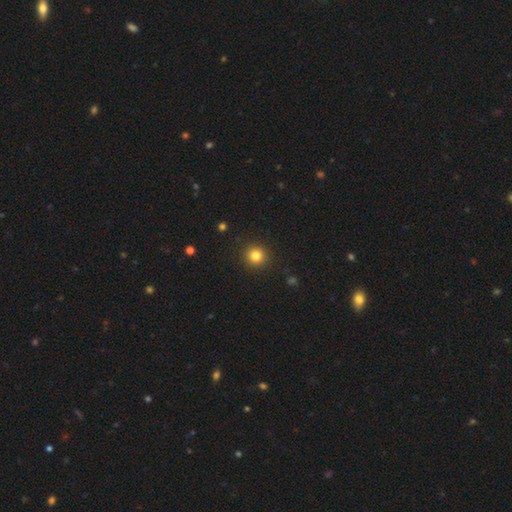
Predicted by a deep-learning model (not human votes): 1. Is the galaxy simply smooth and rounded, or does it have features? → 82% smooth, 12% star or artifact, 5% featured or disk.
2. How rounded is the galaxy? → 94% round, 5% in between, 1% cigar-shaped.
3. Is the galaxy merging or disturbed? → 92% none, 5% minor disturbance, 2% major disturbance, 1% merger.